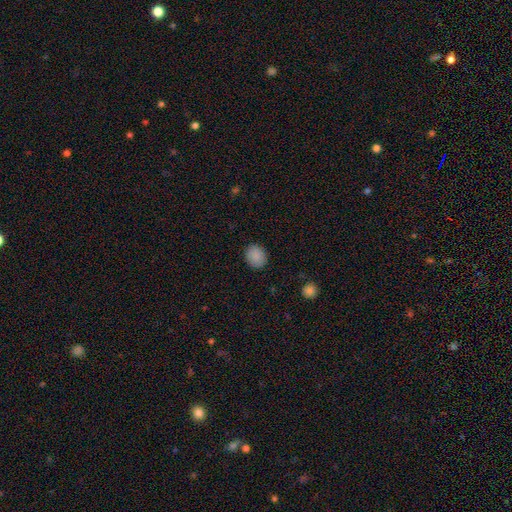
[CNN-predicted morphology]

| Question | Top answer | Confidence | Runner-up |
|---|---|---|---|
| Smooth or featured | smooth | 88% | star or artifact (9%) |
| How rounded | round | 66% | in between (33%) |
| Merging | none | 89% | minor disturbance (8%) |